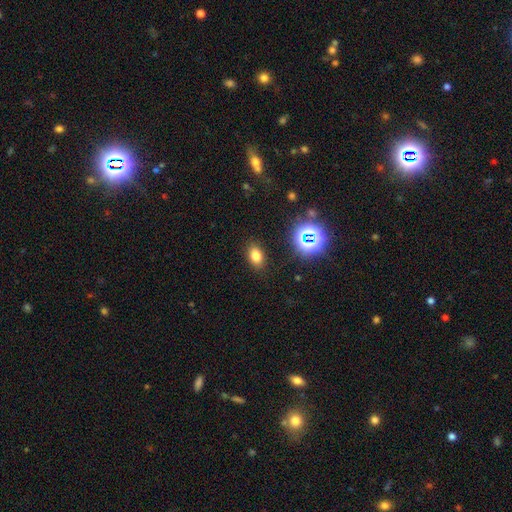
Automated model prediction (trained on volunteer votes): Overall: smooth (74%). How rounded: in between (81%). Merging: none (86%).